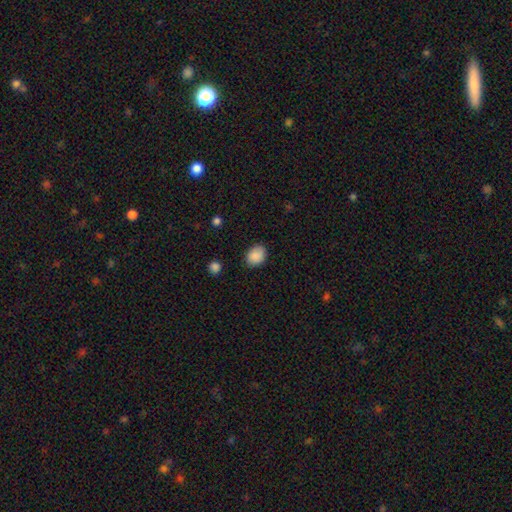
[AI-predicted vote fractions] The model was most divided on "how rounded": in between: 57%, round: 42%, cigar-shaped: 1%. More confident: smooth or featured — smooth (89%); merging — none (83%).